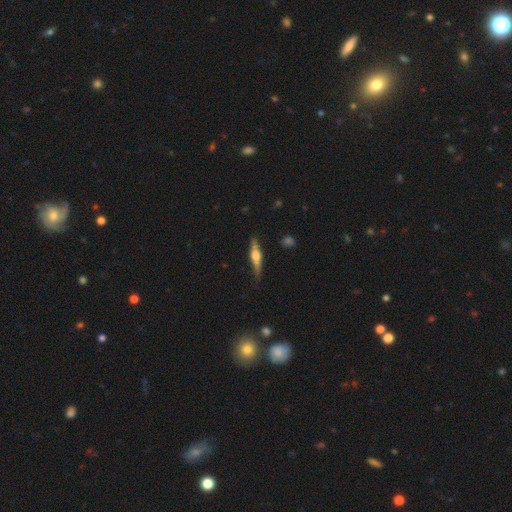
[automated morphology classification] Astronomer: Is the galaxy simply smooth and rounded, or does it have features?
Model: featured or disk — 65%.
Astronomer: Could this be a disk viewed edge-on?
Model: yes — 97%.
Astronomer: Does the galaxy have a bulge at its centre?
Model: rounded — 89%.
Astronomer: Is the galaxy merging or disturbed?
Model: none — 84%.